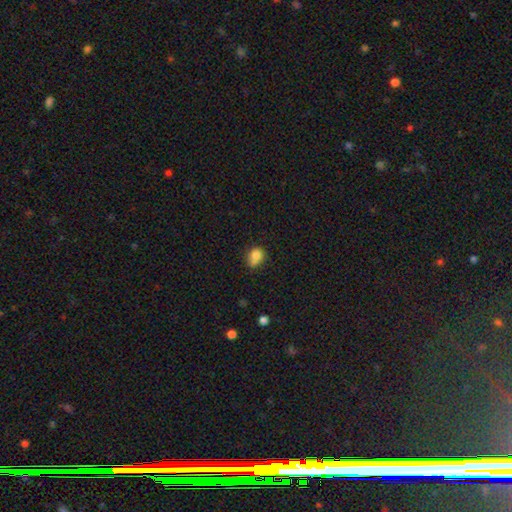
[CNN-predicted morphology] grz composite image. It shows a smooth galaxy with no disk features (80%) that is in between round and cigar-shaped (52%). Merging: none (42%).